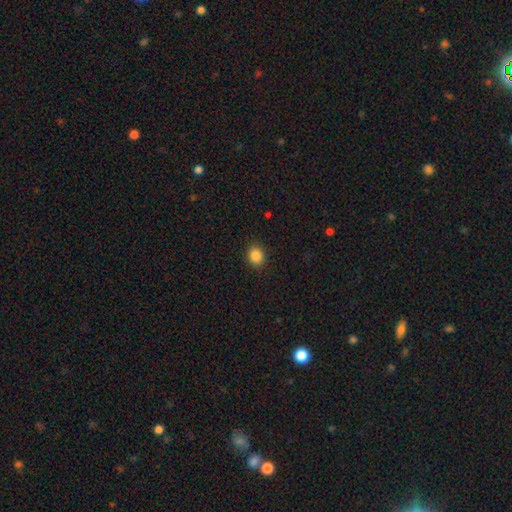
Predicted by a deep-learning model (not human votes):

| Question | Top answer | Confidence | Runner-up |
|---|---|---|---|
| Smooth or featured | smooth | 87% | star or artifact (10%) |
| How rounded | round | 69% | in between (30%) |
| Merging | none | 90% | minor disturbance (7%) |